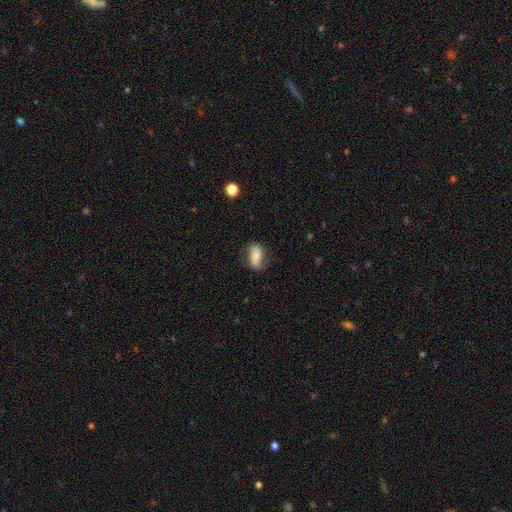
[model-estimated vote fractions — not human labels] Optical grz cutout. It shows a smooth galaxy with no disk features (65%) that is in between round and cigar-shaped (87%). Merging: none (67%).